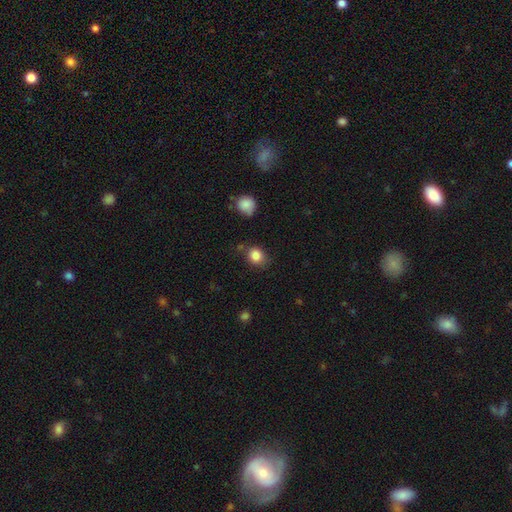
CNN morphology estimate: type=smooth (85%); roundness=round (67%); merging=none (74%).